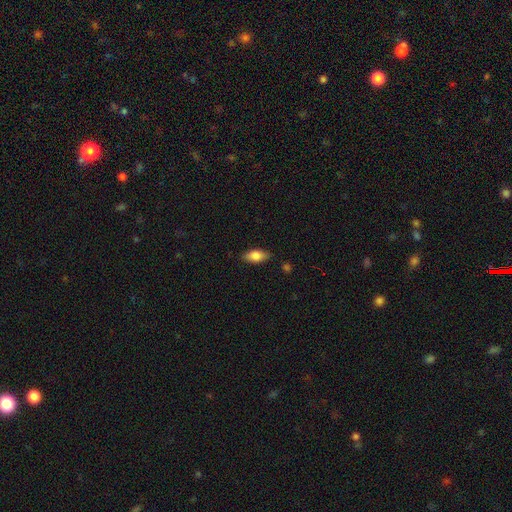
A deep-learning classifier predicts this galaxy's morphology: smooth_or_featured: smooth (p=0.75) [alt: featured or disk p=0.18]
how_rounded: in between (p=0.85) [alt: cigar-shaped p=0.11]
merging: none (p=0.84) [alt: minor disturbance p=0.12]